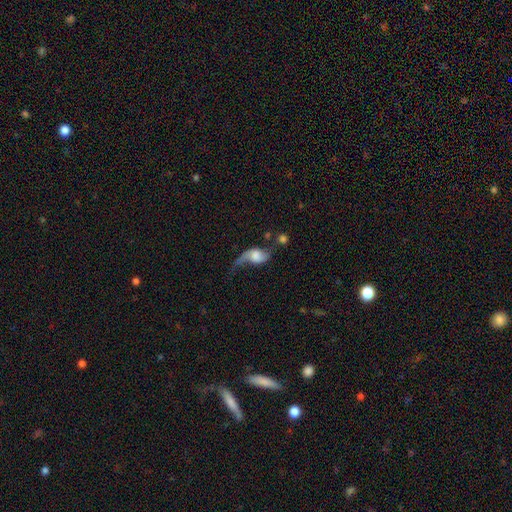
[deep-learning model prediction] The model was most divided on "bulge size": large: 29%, moderate: 28%, small: 17%, none: 17%, dominant: 9%. Remaining: edge-on disk — no (94%); spiral arms — yes (89%); spiral winding — loose (86%); spiral arm count — 2 (70%); smooth or featured — featured or disk (67%); bar — no (61%); merging — major disturbance (34%).